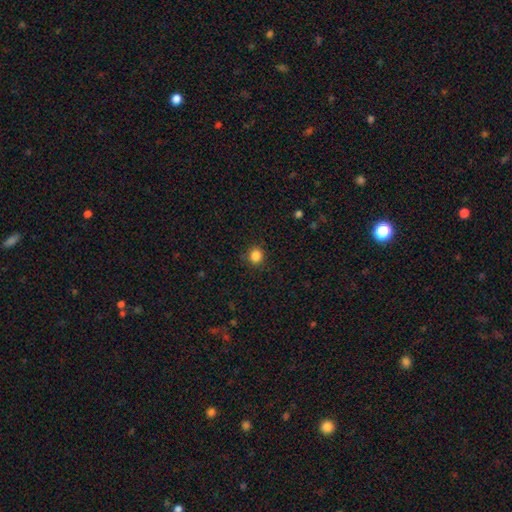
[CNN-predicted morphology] Smooth or featured? smooth (85%)
How rounded? round (87%)
Merging? none (87%)